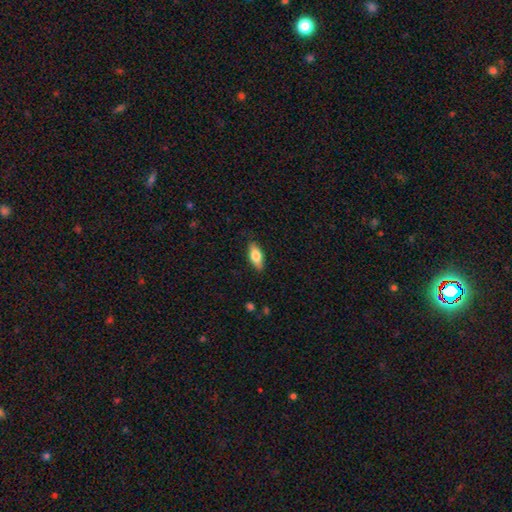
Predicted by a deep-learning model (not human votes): Smooth or featured? Predicted: smooth (p=0.70). How rounded? Predicted: in between (p=0.78). Merging? Predicted: none (p=0.86).